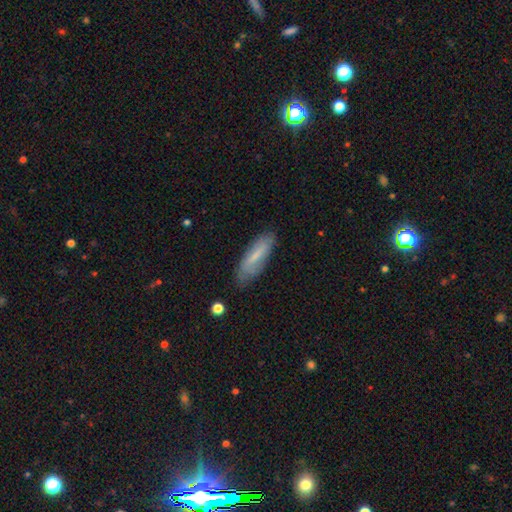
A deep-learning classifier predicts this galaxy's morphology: This is likely a smooth galaxy (65%). How rounded: possibly cigar-shaped (52%). Merging: likely none (73%).